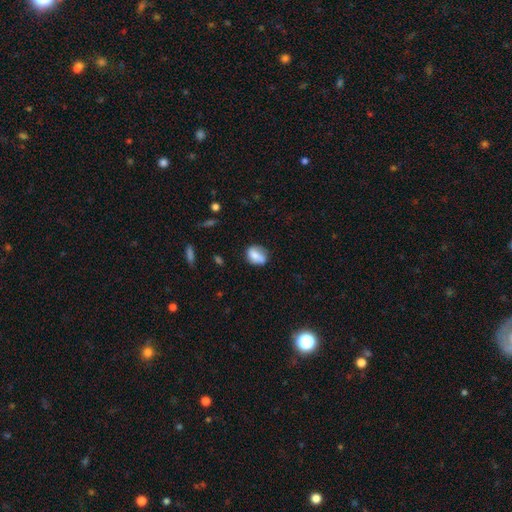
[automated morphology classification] type=smooth (68%); roundness=in between (62%); merging=none (65%).